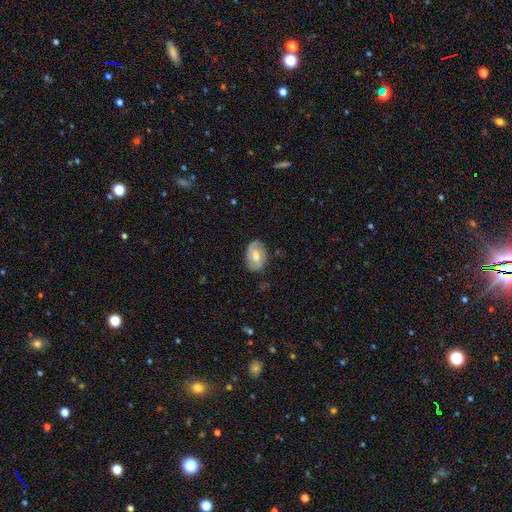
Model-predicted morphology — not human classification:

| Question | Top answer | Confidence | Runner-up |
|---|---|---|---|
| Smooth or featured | featured or disk | 53% | smooth (41%) |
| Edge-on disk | no | 95% | yes (5%) |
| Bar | weak | 47% | no (35%) |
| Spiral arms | yes | 68% | no (32%) |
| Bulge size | moderate | 70% | small (17%) |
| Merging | none | 78% | minor disturbance (17%) |